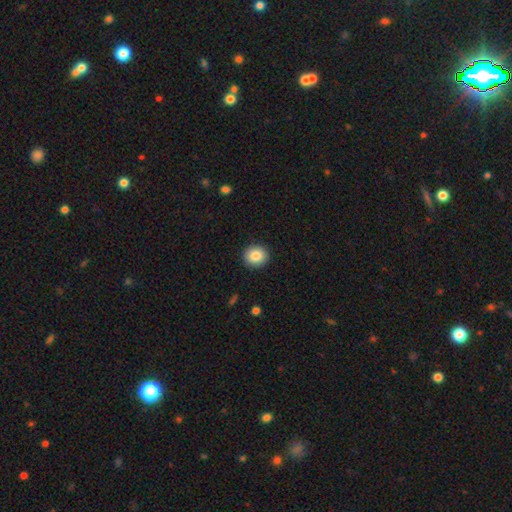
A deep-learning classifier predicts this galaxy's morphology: This appears to be a smooth galaxy with no disk features (84%) that is round (81%). Merging: none (92%).